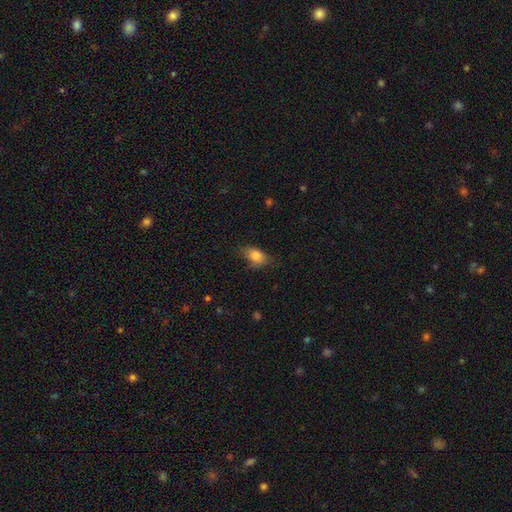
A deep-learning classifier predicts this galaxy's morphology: Q: Smooth or featured?
A: smooth (83%); runner-up: featured or disk (9%)
Q: How rounded?
A: in between (85%); runner-up: round (12%)
Q: Merging?
A: none (62%); runner-up: minor disturbance (28%)